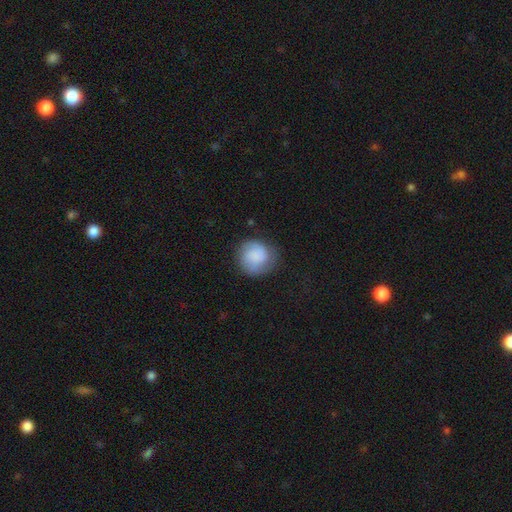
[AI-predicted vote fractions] Smooth or featured? smooth (70%)
How rounded? round (88%)
Merging? none (71%)